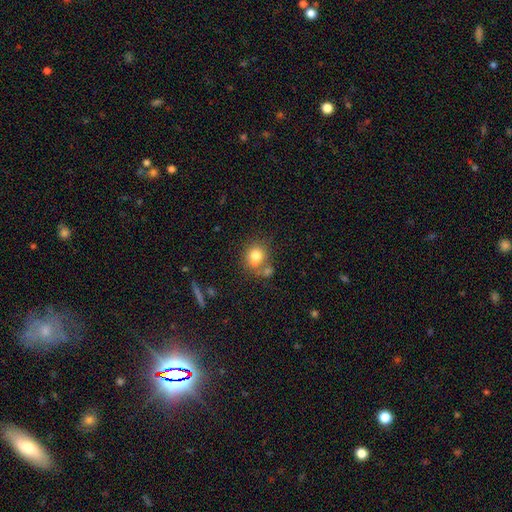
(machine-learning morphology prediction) Smooth or featured?
  - smooth: 78% *
  - star or artifact: 11%
  - featured or disk: 11%
How rounded?
  - round: 77% *
  - in between: 22%
  - cigar-shaped: 1%
Merging?
  - none: 55% *
  - merger: 25%
  - minor disturbance: 15%
  - major disturbance: 6%